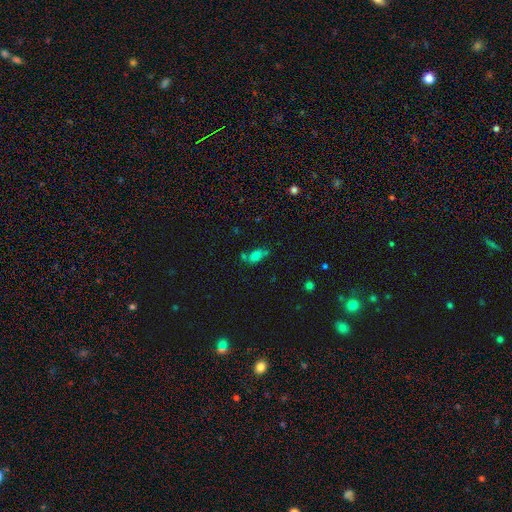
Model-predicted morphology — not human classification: smooth-or-featured: smooth: 68% | featured or disk: 16% | star or artifact: 16%
  how-rounded: in between: 79% | round: 13% | cigar-shaped: 7%
  merging: none: 53% | merger: 21% | minor disturbance: 19% | major disturbance: 7%